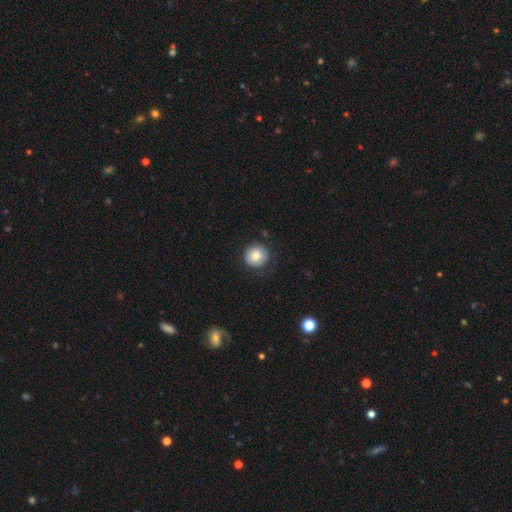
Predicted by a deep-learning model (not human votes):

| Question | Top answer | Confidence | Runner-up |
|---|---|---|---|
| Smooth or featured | smooth | 79% | featured or disk (12%) |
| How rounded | round | 95% | in between (5%) |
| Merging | none | 81% | minor disturbance (13%) |